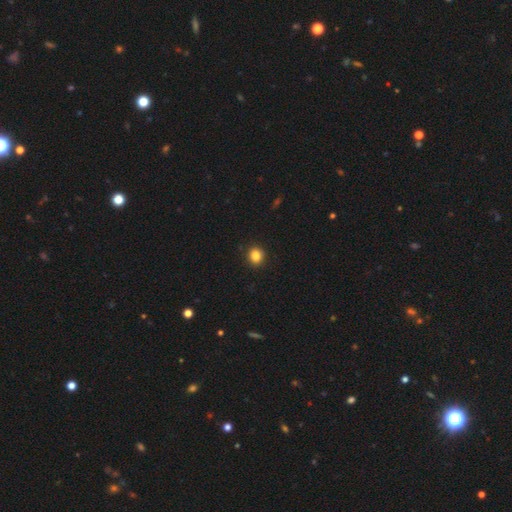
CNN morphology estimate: This is clearly a smooth galaxy (85%). How rounded: clearly round (82%). Merging: clearly none (92%).